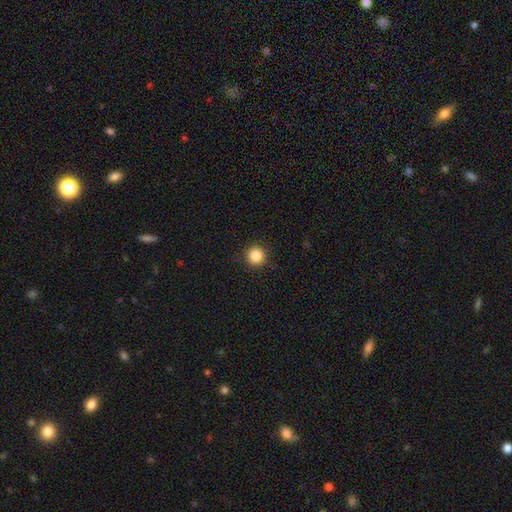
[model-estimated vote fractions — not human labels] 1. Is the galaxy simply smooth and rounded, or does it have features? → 86% smooth, 10% star or artifact, 4% featured or disk.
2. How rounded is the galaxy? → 95% round, 4% in between, 1% cigar-shaped.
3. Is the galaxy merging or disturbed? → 91% none, 6% minor disturbance, 2% major disturbance, 1% merger.